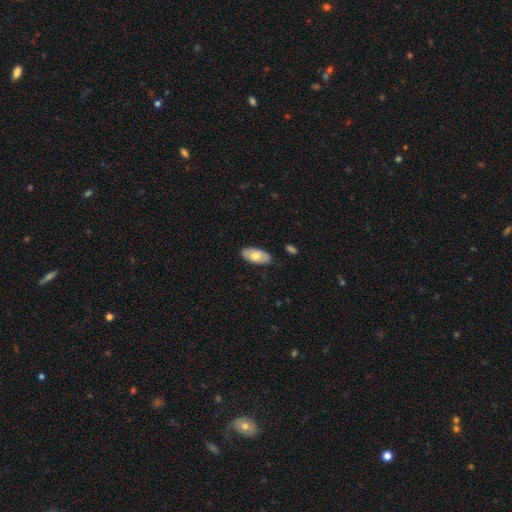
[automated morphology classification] type=smooth (62%); roundness=in between (94%); merging=none (84%).